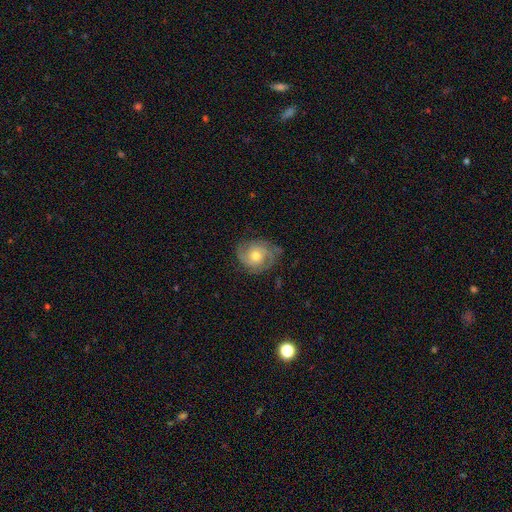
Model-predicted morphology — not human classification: Smooth or featured: featured or disk — 77% (smooth — 16%)
Edge-on disk: no — 97% (yes — 3%)
Bar: no — 79% (weak — 18%)
Spiral arms: yes — 94% (no — 6%)
Spiral winding: tight — 54% (medium — 35%)
Spiral arm count: 3 — 34% (2 — 32%)
Bulge size: moderate — 72% (small — 22%)
Merging: none — 72% (minor disturbance — 20%)